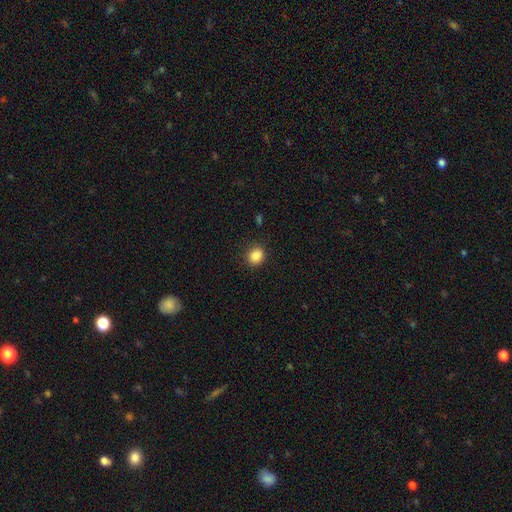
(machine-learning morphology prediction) Smooth or featured? smooth (87%)
How rounded? round (70%)
Merging? none (86%)